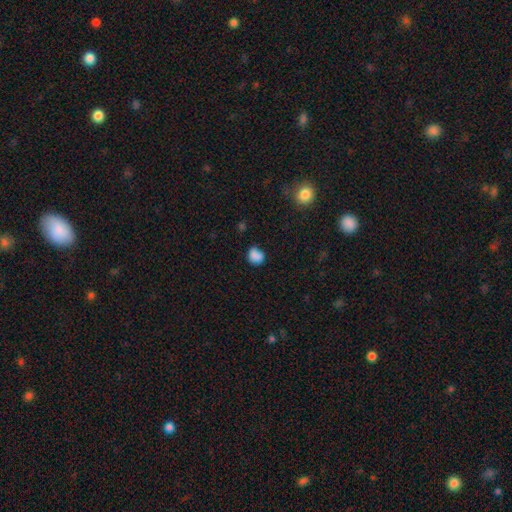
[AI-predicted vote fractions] Q: Smooth or featured?
A: smooth (80%); runner-up: star or artifact (11%)
Q: How rounded?
A: round (61%); runner-up: in between (38%)
Q: Merging?
A: none (49%); runner-up: minor disturbance (30%)